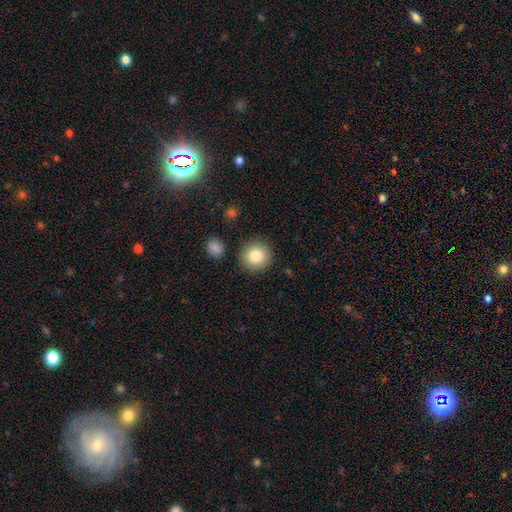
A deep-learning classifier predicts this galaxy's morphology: smooth 84%, star or artifact 9%, featured or disk 7%. Down the decision tree: how rounded — round (92%); merging — none (88%).